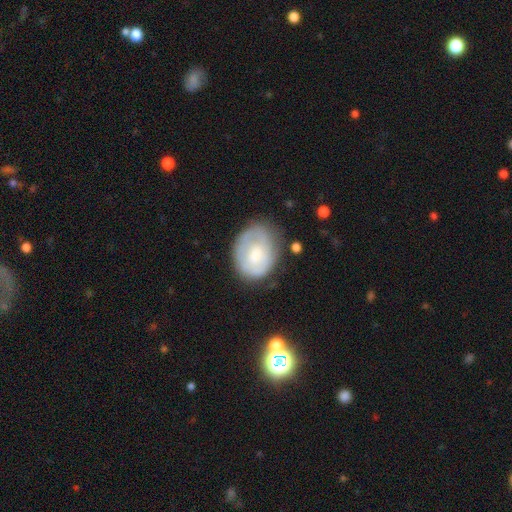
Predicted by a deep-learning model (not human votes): This appears to be a smooth galaxy with no disk features (48%). Merging: none (61%).